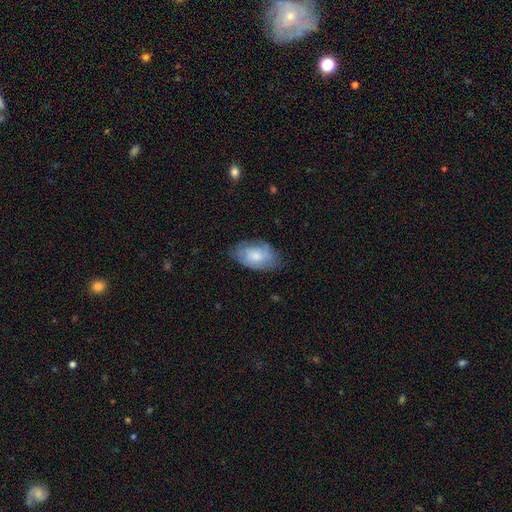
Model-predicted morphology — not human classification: A smooth galaxy with no disk features (56%) that is in between round and cigar-shaped (92%).

Vote fractions:
- Smooth or featured? smooth: 56% / featured or disk: 37% / star or artifact: 7%
- How rounded? in between: 92% / round: 6% / cigar-shaped: 2%
- Merging? none: 67% / minor disturbance: 24% / major disturbance: 7% / merger: 1%